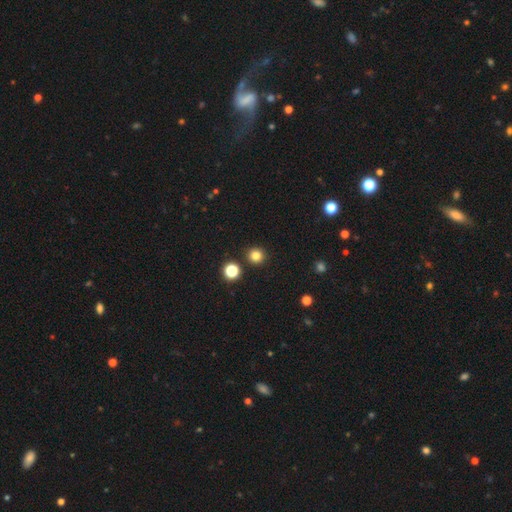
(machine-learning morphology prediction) A smooth galaxy with no disk features (82%) that is round (94%).

Vote fractions:
- Smooth or featured? smooth: 82% / star or artifact: 14% / featured or disk: 5%
- How rounded? round: 94% / in between: 5% / cigar-shaped: 1%
- Merging? none: 90% / minor disturbance: 5% / merger: 3% / major disturbance: 2%